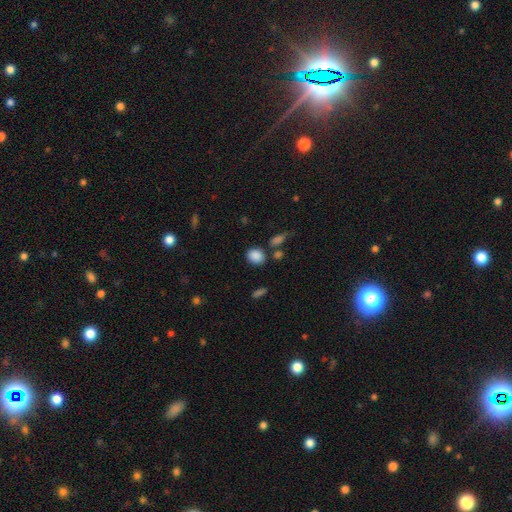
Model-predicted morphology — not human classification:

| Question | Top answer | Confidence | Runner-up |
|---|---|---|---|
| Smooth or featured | smooth | 86% | star or artifact (9%) |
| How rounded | round | 59% | in between (39%) |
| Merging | none | 76% | minor disturbance (11%) |